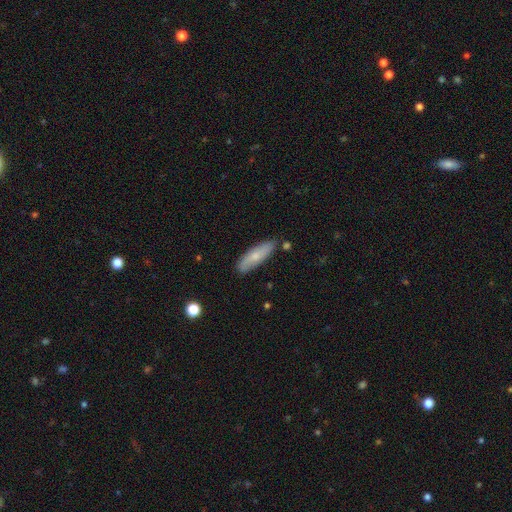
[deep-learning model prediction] A smooth galaxy with no disk features (67%) that is cigar-shaped (60%).

Vote fractions:
- Smooth or featured? smooth: 67% / featured or disk: 27% / star or artifact: 6%
- How rounded? cigar-shaped: 60% / in between: 38% / round: 2%
- Merging? none: 82% / minor disturbance: 13% / merger: 3% / major disturbance: 2%